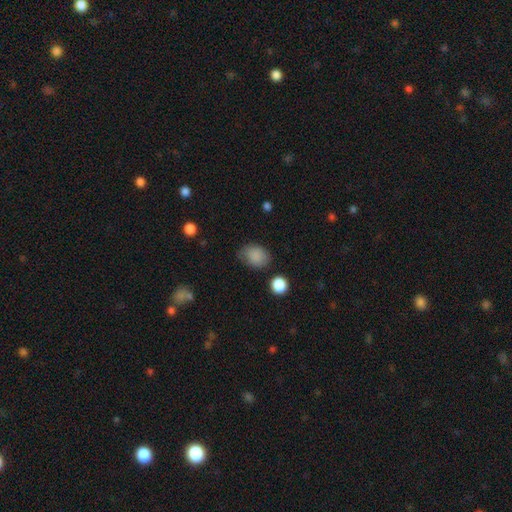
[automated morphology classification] Smooth or featured: smooth — 86% (star or artifact — 9%)
How rounded: in between — 68% (round — 31%)
Merging: none — 66% (minor disturbance — 25%)